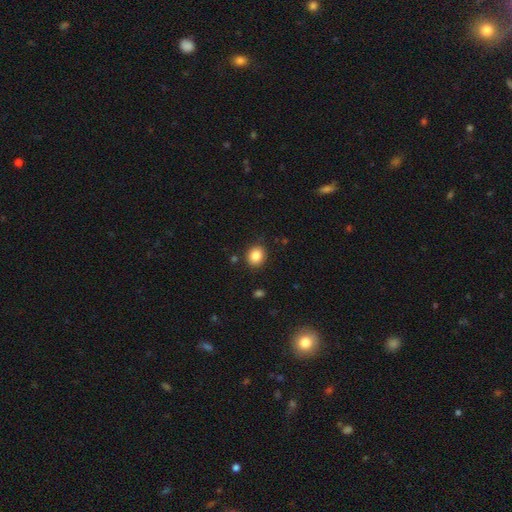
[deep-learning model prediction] Smooth or featured?
  - smooth: 85% *
  - star or artifact: 10%
  - featured or disk: 5%
How rounded?
  - round: 65% *
  - in between: 34%
  - cigar-shaped: 1%
Merging?
  - none: 86% *
  - minor disturbance: 9%
  - major disturbance: 3%
  - merger: 2%